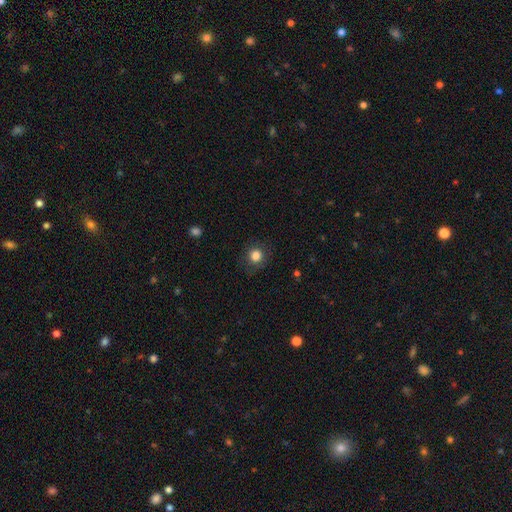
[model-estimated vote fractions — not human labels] This appears to be a smooth galaxy with no disk features (83%) that is round (91%). Merging: none (86%).